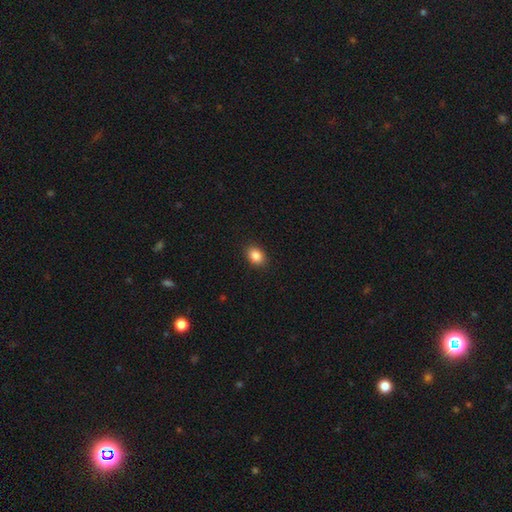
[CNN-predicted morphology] smooth_or_featured: smooth (p=0.86) [alt: star or artifact p=0.09]
how_rounded: in between (p=0.71) [alt: round p=0.28]
merging: none (p=0.89) [alt: minor disturbance p=0.08]